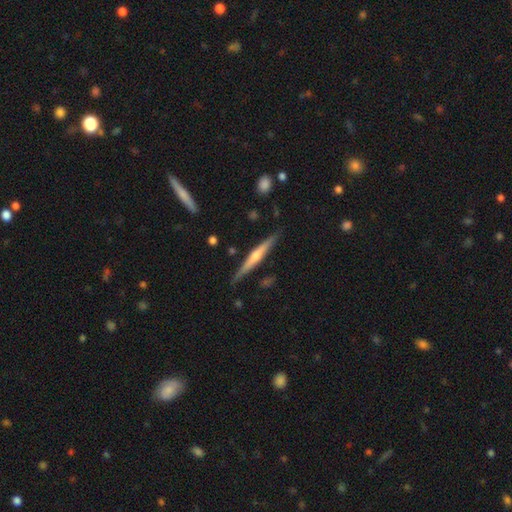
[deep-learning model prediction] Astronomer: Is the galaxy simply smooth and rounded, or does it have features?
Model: featured or disk — 71%.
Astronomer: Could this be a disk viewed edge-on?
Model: yes — 98%.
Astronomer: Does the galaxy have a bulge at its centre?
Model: rounded — 76%.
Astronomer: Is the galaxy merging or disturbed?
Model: none — 87%.